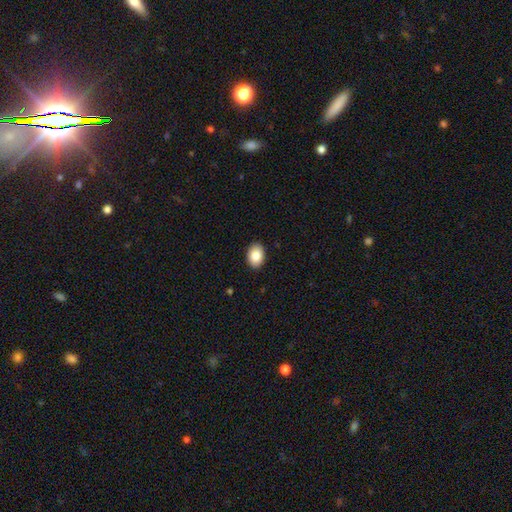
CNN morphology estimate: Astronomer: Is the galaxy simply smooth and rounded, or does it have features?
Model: smooth — 85%.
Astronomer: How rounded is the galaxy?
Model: in between — 81%.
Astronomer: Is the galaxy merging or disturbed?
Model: none — 91%.